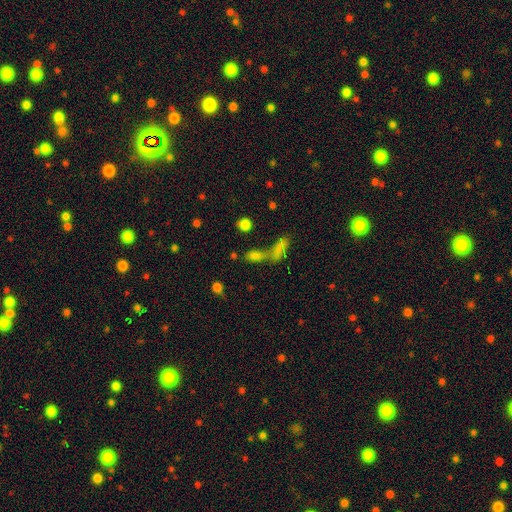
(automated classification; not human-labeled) Q: Smooth or featured?
A: smooth (65%); runner-up: star or artifact (21%)
Q: How rounded?
A: in between (55%); runner-up: cigar-shaped (30%)
Q: Merging?
A: none (42%); runner-up: merger (40%)